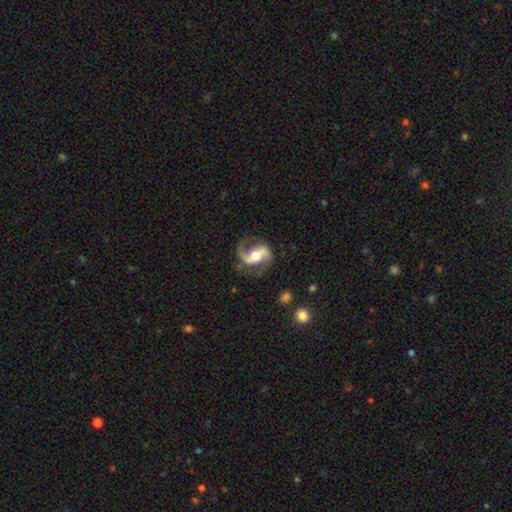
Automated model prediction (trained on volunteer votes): smooth-or-featured: featured or disk: 87% | smooth: 8% | star or artifact: 5%
  disk-edge-on: no: 97% | yes: 3%
    bar: weak: 38% | strong: 34% | no: 27%
    has-spiral-arms: yes: 96% | no: 4%
      spiral-winding: loose: 52% | medium: 40% | tight: 9%
      spiral-arm-count: 2: 87% | 1: 8% | can't tell: 2% | 3: 1% | 4: 1% | more than 4: 1%
    bulge-size: moderate: 63% | large: 17% | small: 16% | none: 2% | dominant: 2%
  merging: none: 69% | minor disturbance: 17% | major disturbance: 12% | merger: 2%